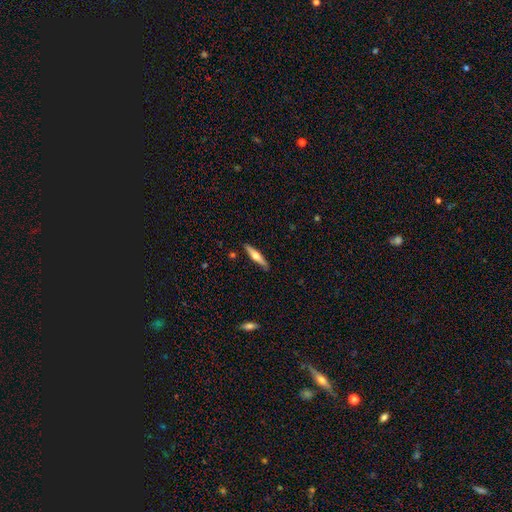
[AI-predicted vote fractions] Smooth or featured? Predicted: featured or disk (p=0.49). Merging? Predicted: none (p=0.89).